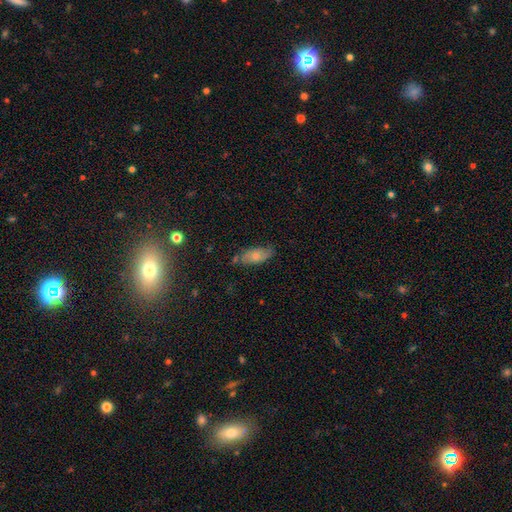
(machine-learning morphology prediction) This is likely a smooth galaxy (68%). How rounded: clearly in between (86%). Merging: likely none (66%).